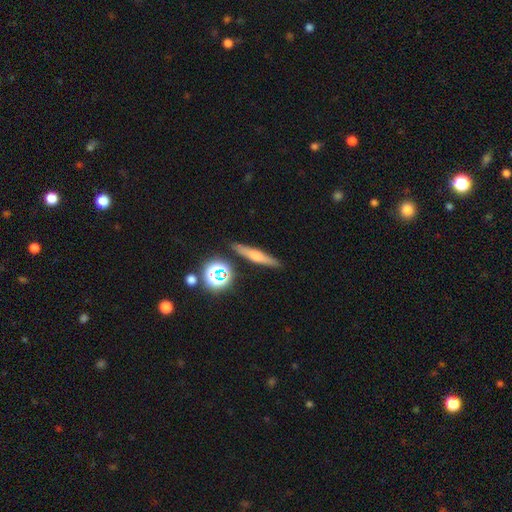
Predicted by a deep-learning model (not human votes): Smooth or featured? smooth (44%)
Merging? none (87%)